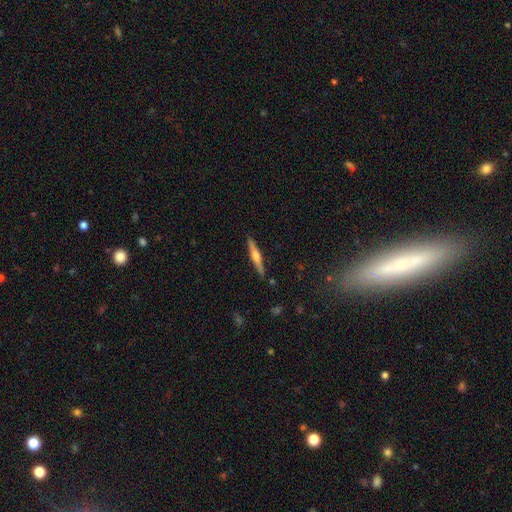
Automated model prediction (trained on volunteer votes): Smooth or featured?
  - featured or disk: 64% *
  - smooth: 30%
  - star or artifact: 6%
Edge-on disk?
  - yes: 98% *
  - no: 2%
Edge-on bulge?
  - rounded: 87% *
  - boxy: 7%
  - none: 5%
Merging?
  - none: 89% *
  - minor disturbance: 8%
  - merger: 2%
  - major disturbance: 2%